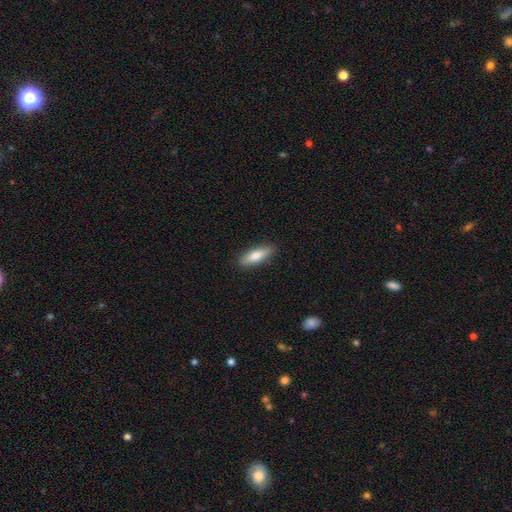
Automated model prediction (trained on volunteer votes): Smooth or featured? Predicted: smooth (p=0.75). How rounded? Predicted: cigar-shaped (p=0.58). Merging? Predicted: none (p=0.88).